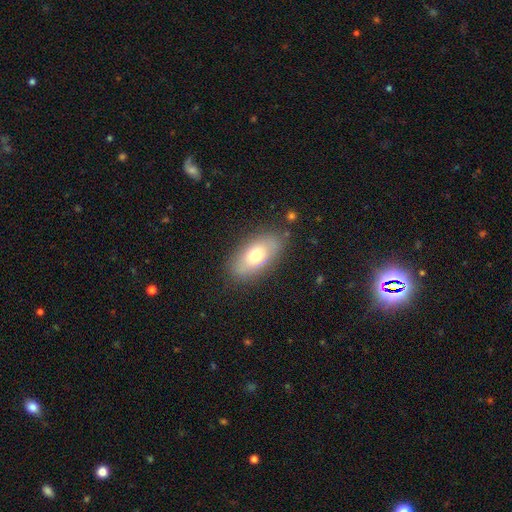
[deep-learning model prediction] Smooth or featured? smooth (69%)
How rounded? in between (89%)
Merging? none (80%)